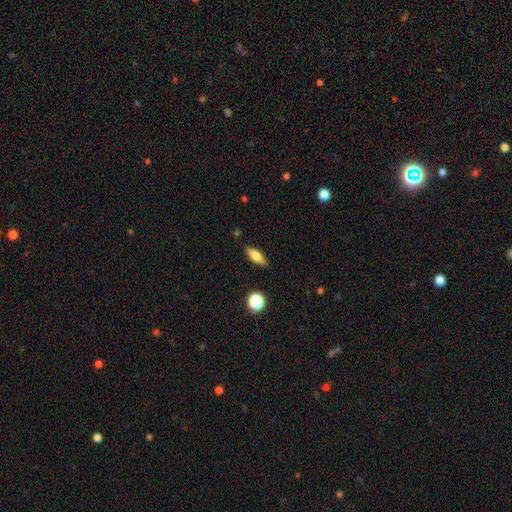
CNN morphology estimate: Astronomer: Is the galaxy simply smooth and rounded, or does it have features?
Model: smooth — 69%.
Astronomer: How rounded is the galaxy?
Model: in between — 61%.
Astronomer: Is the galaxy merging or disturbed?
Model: none — 86%.